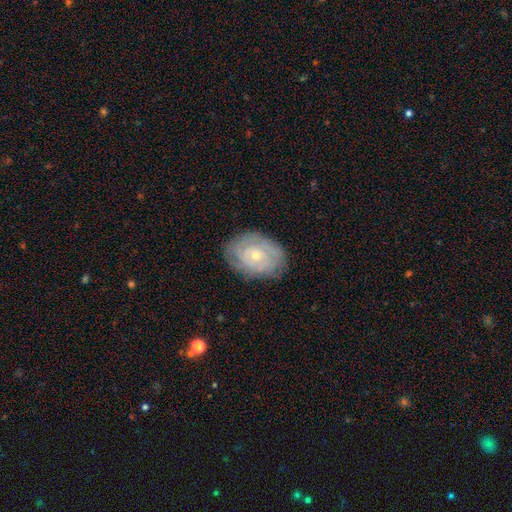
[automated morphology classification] featured or disk 68%, smooth 25%, star or artifact 7%. Down the decision tree: edge-on disk — no (96%); bar — no (83%); spiral arms — yes (75%); bulge size — small (68%); merging — none (78%).